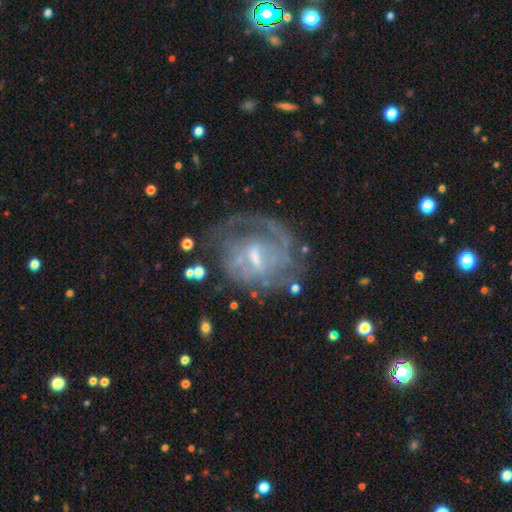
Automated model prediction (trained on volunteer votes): A featured or disk galaxy (78%) with a weak bar (56%), tight (46%) spiral arms (78%) and a small central bulge (40%).

Vote fractions:
- Smooth or featured? featured or disk: 78% / smooth: 14% / star or artifact: 8%
- Edge-on disk? no: 97% / yes: 3%
- Bar? weak: 56% / no: 26% / strong: 18%
- Spiral arms? yes: 78% / no: 22%
- Spiral winding? tight: 46% / medium: 37% / loose: 17%
- Spiral arm count? can't tell: 39% / 2: 25% / 1: 20% / 3: 9% / 4: 3% / more than 4: 3%
- Bulge size? small: 40% / moderate: 38% / none: 17% / large: 4% / dominant: 1%
- Merging? none: 55% / major disturbance: 21% / minor disturbance: 20% / merger: 4%